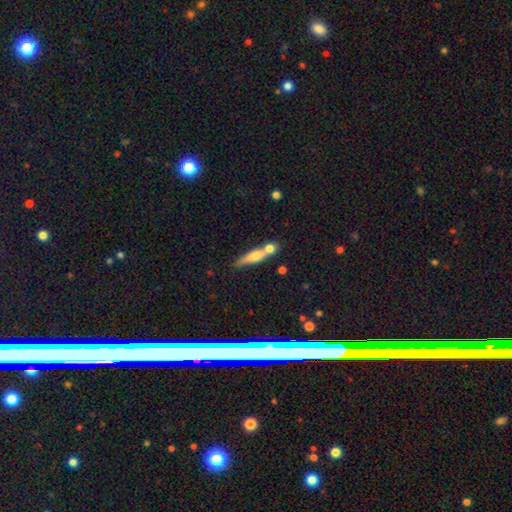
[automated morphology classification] smooth_or_featured: smooth (p=0.60) [alt: featured or disk p=0.33]
how_rounded: cigar-shaped (p=0.77) [alt: in between p=0.19]
merging: none (p=0.49) [alt: merger p=0.31]